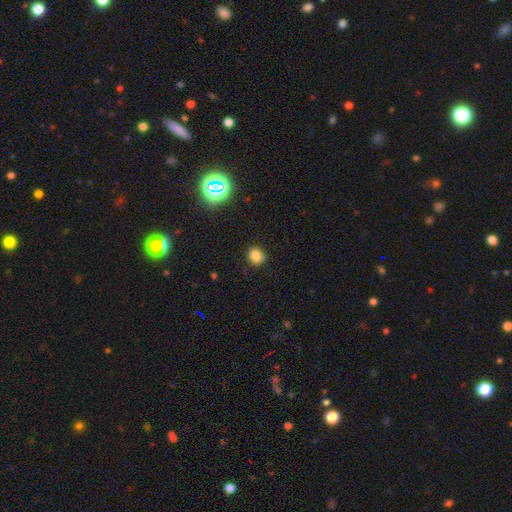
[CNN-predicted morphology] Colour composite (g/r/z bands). It shows a smooth galaxy with no disk features (82%) that is round (79%). Merging: none (86%).